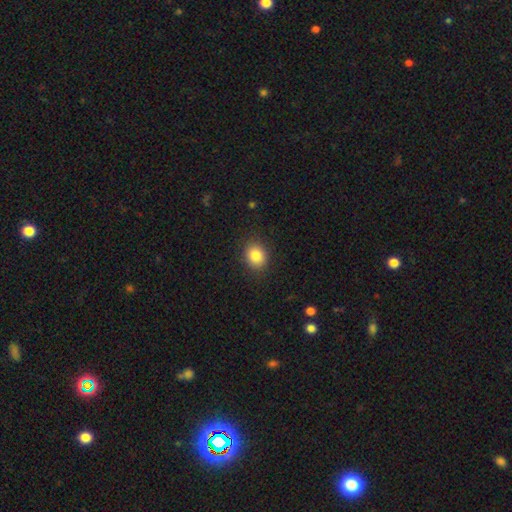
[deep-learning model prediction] Smooth or featured? smooth (84%)
How rounded? round (62%)
Merging? none (88%)